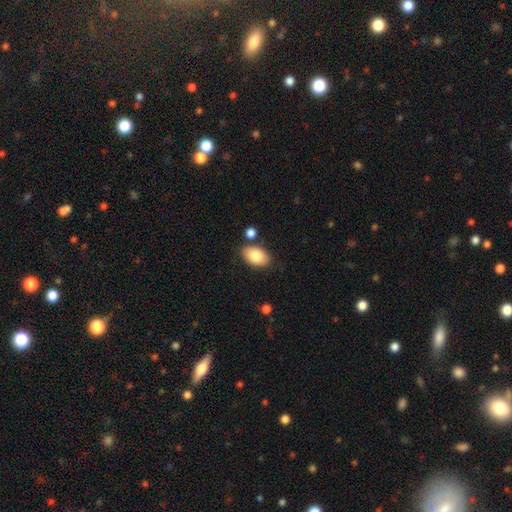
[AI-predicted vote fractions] This is clearly a smooth galaxy (84%). How rounded: clearly in between (91%). Merging: likely none (78%).